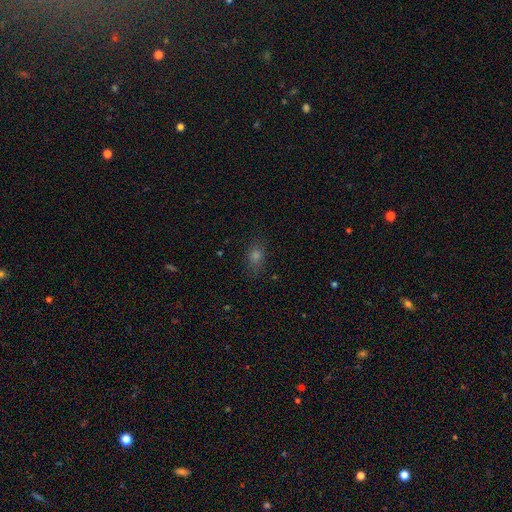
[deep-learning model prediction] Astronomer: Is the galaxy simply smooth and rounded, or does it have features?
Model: smooth — 64%.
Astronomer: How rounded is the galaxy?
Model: in between — 58% (runner-up: round, 38%).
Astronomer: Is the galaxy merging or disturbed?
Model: none — 81%.